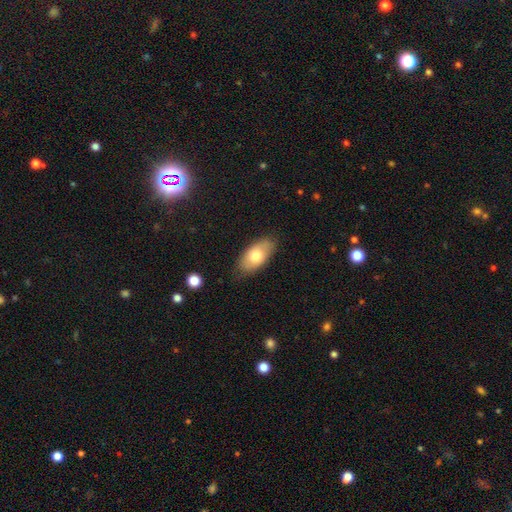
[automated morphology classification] Smooth or featured?
  - smooth: 73% *
  - featured or disk: 20%
  - star or artifact: 6%
How rounded?
  - in between: 92% *
  - cigar-shaped: 4%
  - round: 4%
Merging?
  - none: 79% *
  - minor disturbance: 16%
  - major disturbance: 3%
  - merger: 1%